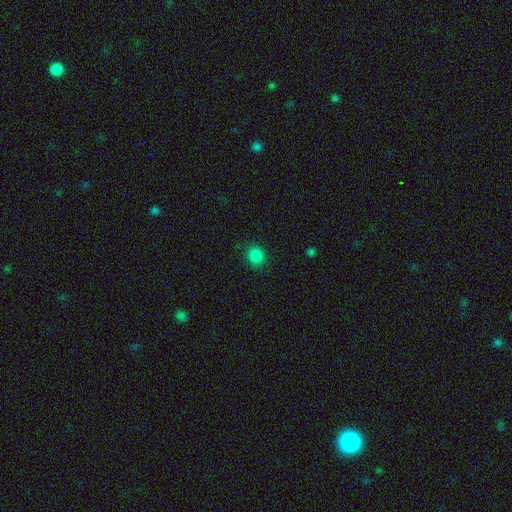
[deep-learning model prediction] smooth-or-featured: smooth: 85% | star or artifact: 12% | featured or disk: 3%
  how-rounded: round: 83% | in between: 16% | cigar-shaped: 1%
  merging: none: 89% | minor disturbance: 7% | major disturbance: 2% | merger: 1%